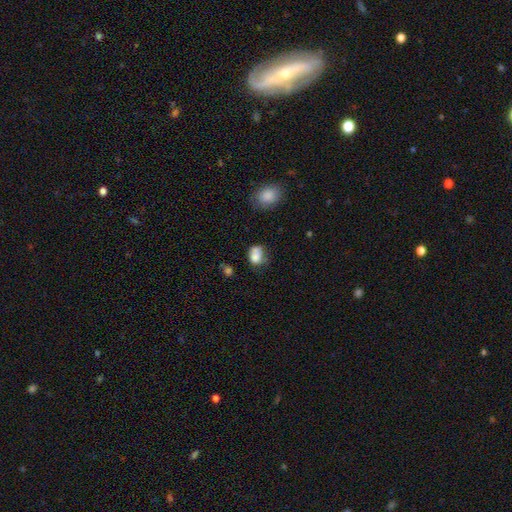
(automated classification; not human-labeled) This appears to be a smooth galaxy with no disk features (75%) that is in between round and cigar-shaped (57%). Merging: none (34%).